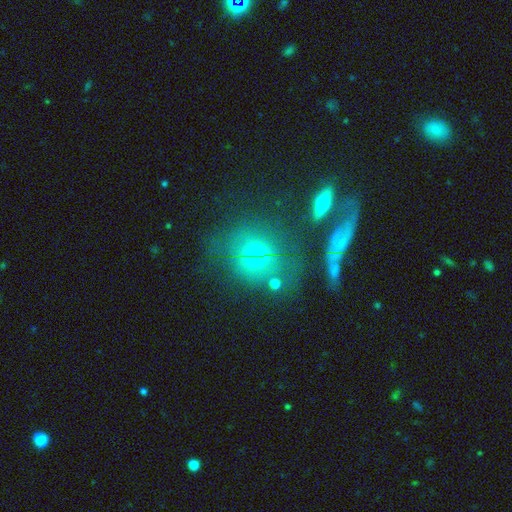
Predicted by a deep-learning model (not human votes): Smooth or featured?
  - smooth: 57% *
  - star or artifact: 28%
  - featured or disk: 15%
How rounded?
  - round: 73% *
  - in between: 24%
  - cigar-shaped: 3%
Merging?
  - none: 64% *
  - minor disturbance: 14%
  - merger: 14%
  - major disturbance: 9%